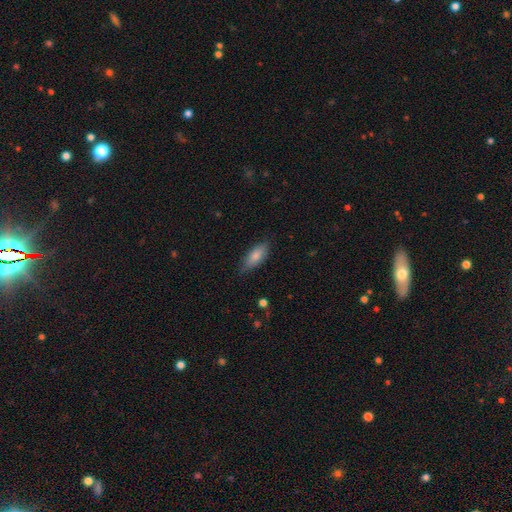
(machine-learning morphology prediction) smooth_or_featured: smooth (p=0.81) [alt: featured or disk p=0.13]
how_rounded: in between (p=0.80) [alt: cigar-shaped p=0.18]
merging: none (p=0.71) [alt: minor disturbance p=0.24]